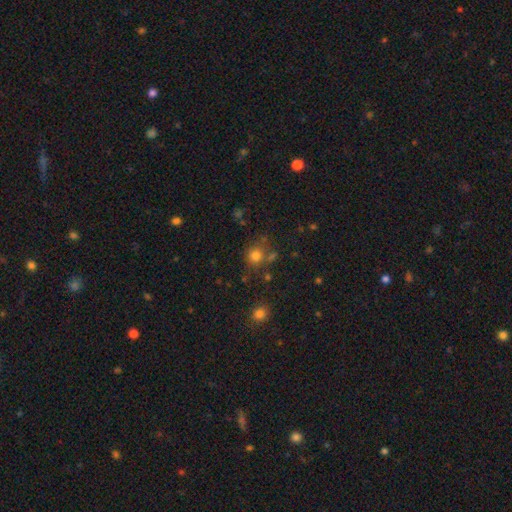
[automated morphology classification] Smooth or featured? Predicted: smooth (p=0.77). How rounded? Predicted: round (p=0.87). Merging? Predicted: none (p=0.72).